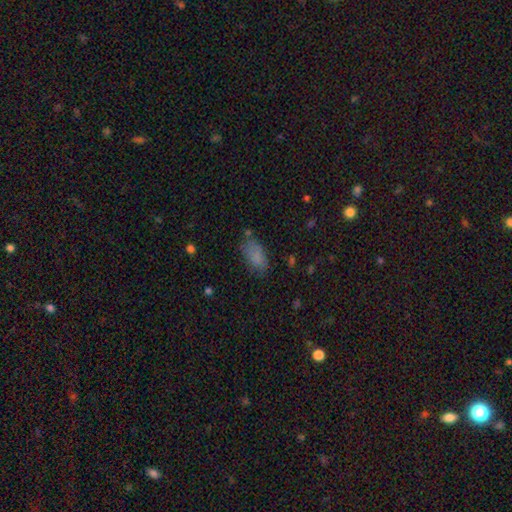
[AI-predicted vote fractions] Smooth or featured?
  - smooth: 81% *
  - star or artifact: 11%
  - featured or disk: 9%
How rounded?
  - in between: 91% *
  - cigar-shaped: 6%
  - round: 4%
Merging?
  - none: 63% *
  - minor disturbance: 23%
  - major disturbance: 9%
  - merger: 4%